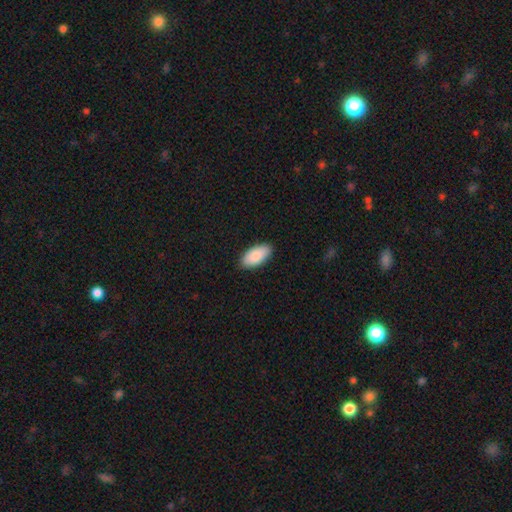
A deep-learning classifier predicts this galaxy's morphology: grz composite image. It shows a smooth galaxy with no disk features (88%) that is in between round and cigar-shaped (94%). Merging: none (88%).